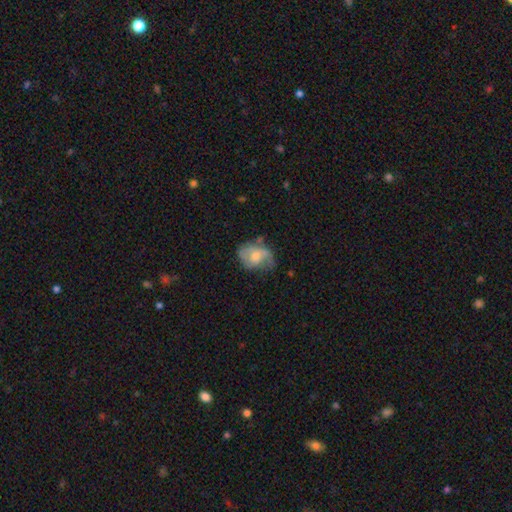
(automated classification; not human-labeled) Morphology: type=featured or disk (57%); edge-on=no (96%); bar=no (64%); spiral arms=yes (79%); bulge=moderate (55%); merging=none (52%).